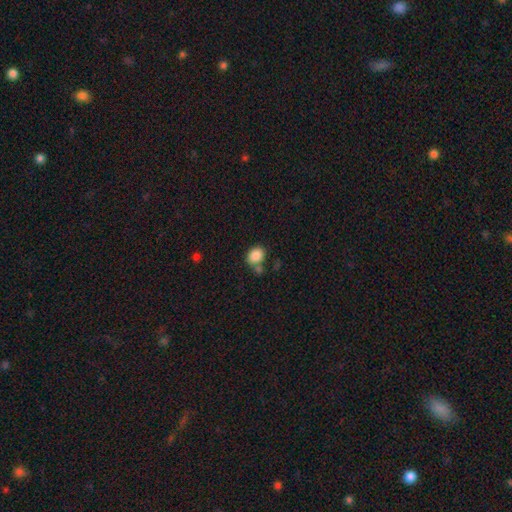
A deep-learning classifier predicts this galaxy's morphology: Smooth or featured? smooth (87%)
How rounded? in between (59%)
Merging? none (61%)